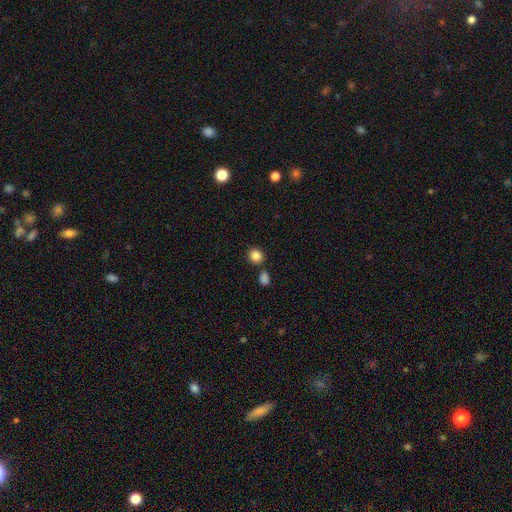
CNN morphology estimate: This is clearly a smooth galaxy (85%). How rounded: clearly round (85%). Merging: likely none (79%).